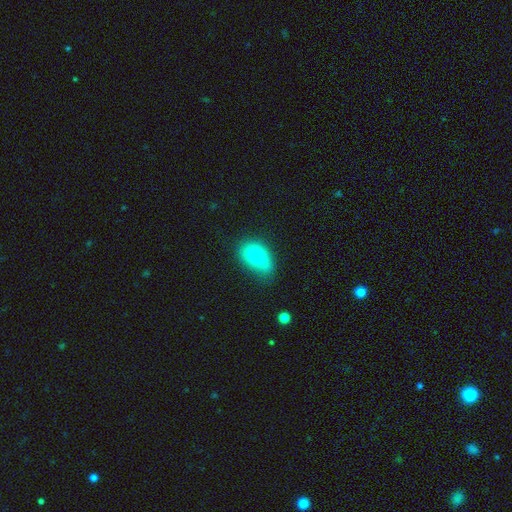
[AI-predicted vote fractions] smooth 77%, featured or disk 14%, star or artifact 9%. Down the decision tree: how rounded — in between (86%); merging — none (47%).